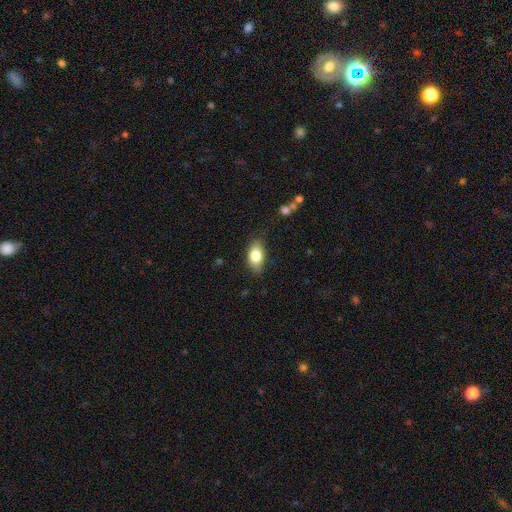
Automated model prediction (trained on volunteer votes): This is likely a smooth galaxy (80%). How rounded: clearly in between (90%). Merging: clearly none (83%).